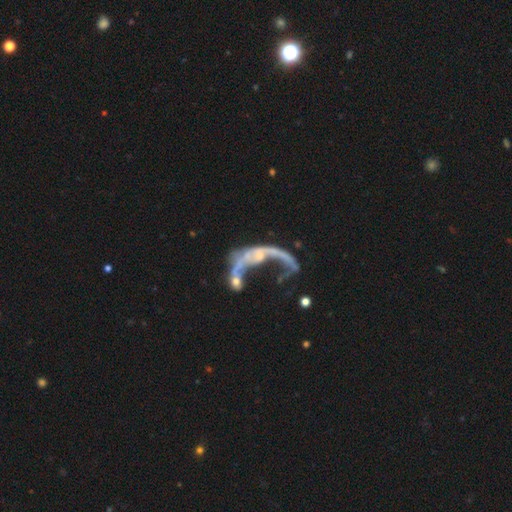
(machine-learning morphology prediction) A featured or disk galaxy (73%) with no bar (76%), no spiral arms (59%) and no central bulge (44%).

Vote fractions:
- Smooth or featured? featured or disk: 73% / smooth: 15% / star or artifact: 12%
- Edge-on disk? no: 91% / yes: 9%
- Bar? no: 76% / weak: 16% / strong: 7%
- Spiral arms? no: 59% / yes: 41%
- Bulge size? none: 44% / small: 39% / moderate: 13% / large: 2% / dominant: 2%
- Merging? major disturbance: 42% / merger: 37% / none: 13% / minor disturbance: 8%